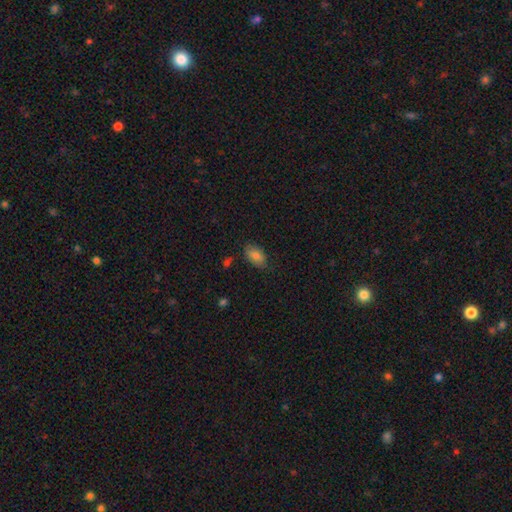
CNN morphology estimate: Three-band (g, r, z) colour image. It shows a smooth galaxy with no disk features (83%) that is in between round and cigar-shaped (91%). Merging: none (78%).